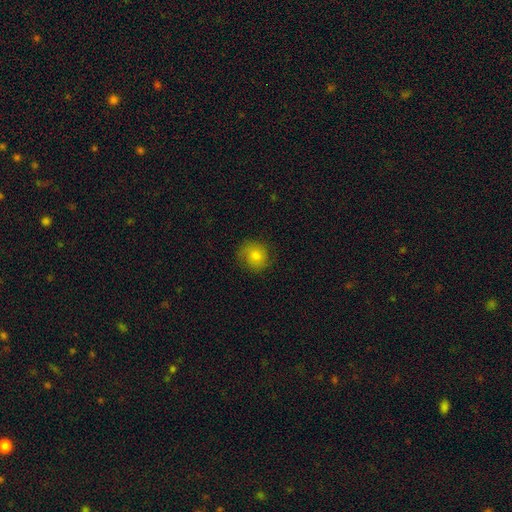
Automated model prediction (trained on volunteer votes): A smooth galaxy with no disk features (71%) that is round (85%). Merging: none (78%).